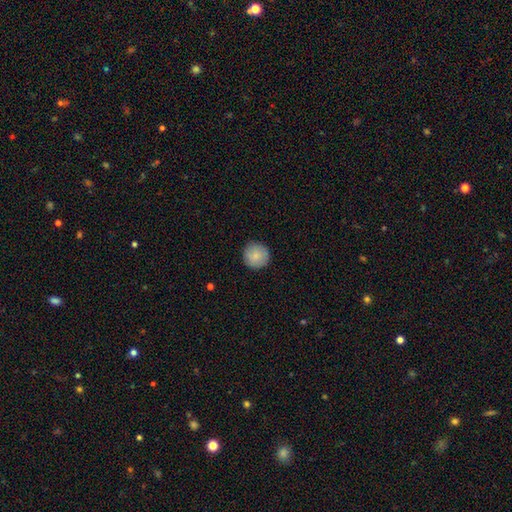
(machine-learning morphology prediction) This appears to be a smooth galaxy with no disk features (86%) that is round (94%). Merging: none (89%).